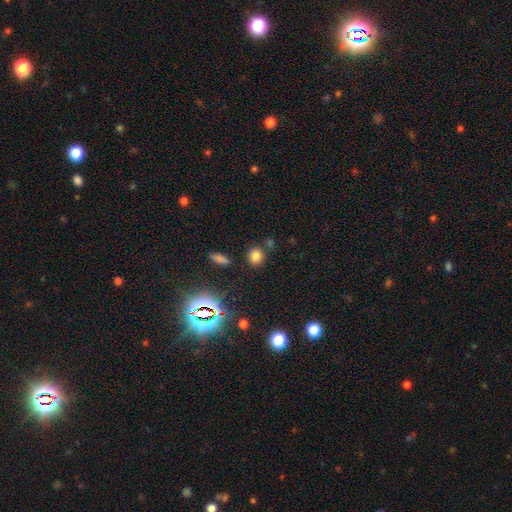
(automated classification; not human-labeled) Smooth or featured?
  - smooth: 77% *
  - star or artifact: 18%
  - featured or disk: 5%
How rounded?
  - round: 74% *
  - in between: 24%
  - cigar-shaped: 2%
Merging?
  - none: 80% *
  - minor disturbance: 9%
  - merger: 8%
  - major disturbance: 3%